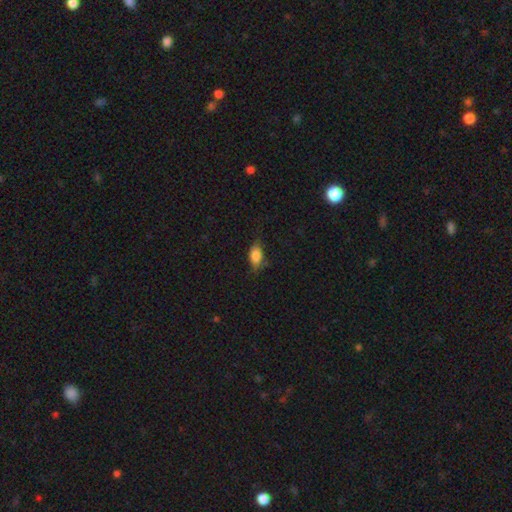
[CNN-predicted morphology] type=smooth (81%); roundness=in between (87%); merging=none (66%).